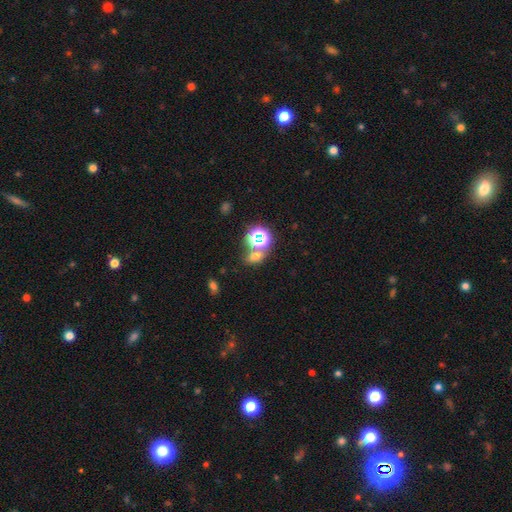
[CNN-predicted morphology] smooth 52%, star or artifact 38%, featured or disk 9%. Down the decision tree: how rounded — in between (61%); merging — none (58%).